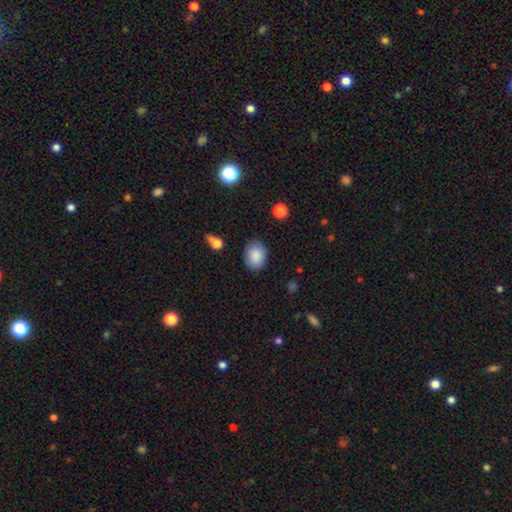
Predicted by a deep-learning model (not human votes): Smooth or featured: smooth — 87% (star or artifact — 8%)
How rounded: in between — 68% (round — 31%)
Merging: none — 83% (minor disturbance — 13%)